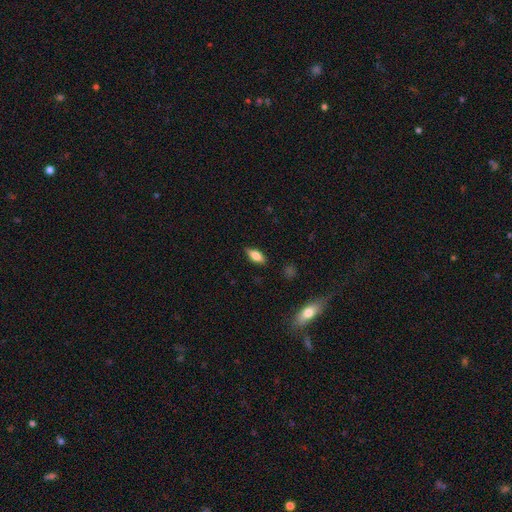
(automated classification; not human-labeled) This appears to be a smooth galaxy with no disk features (73%) that is in between round and cigar-shaped (79%). Merging: none (85%).